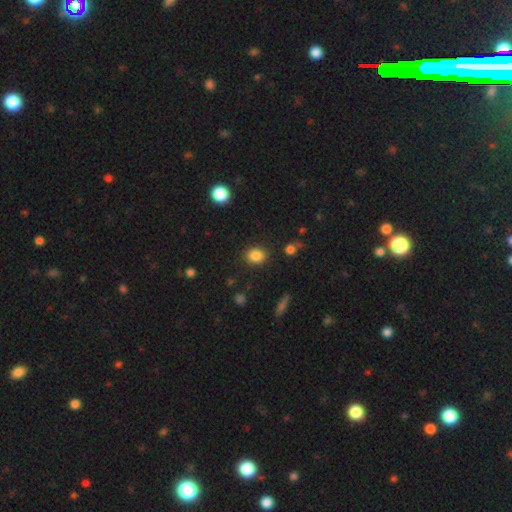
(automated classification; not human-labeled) A smooth galaxy with no disk features (85%) that is round (51%).

Vote fractions:
- Smooth or featured? smooth: 85% / star or artifact: 10% / featured or disk: 5%
- How rounded? round: 51% / in between: 48% / cigar-shaped: 1%
- Merging? none: 87% / minor disturbance: 8% / major disturbance: 3% / merger: 2%